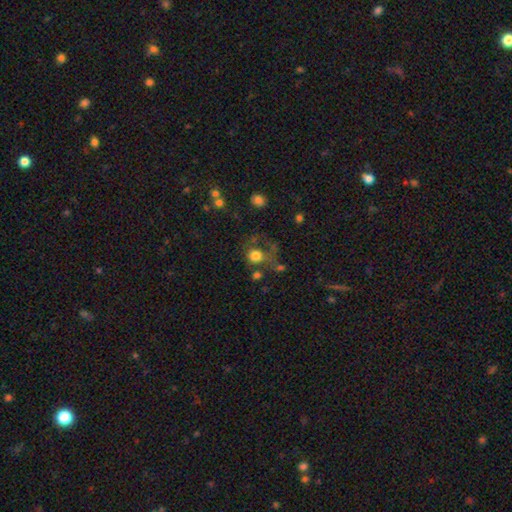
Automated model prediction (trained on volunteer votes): smooth-or-featured: smooth: 75% | star or artifact: 13% | featured or disk: 12%
  how-rounded: round: 84% | in between: 15% | cigar-shaped: 1%
  merging: none: 47% | major disturbance: 23% | minor disturbance: 17% | merger: 13%